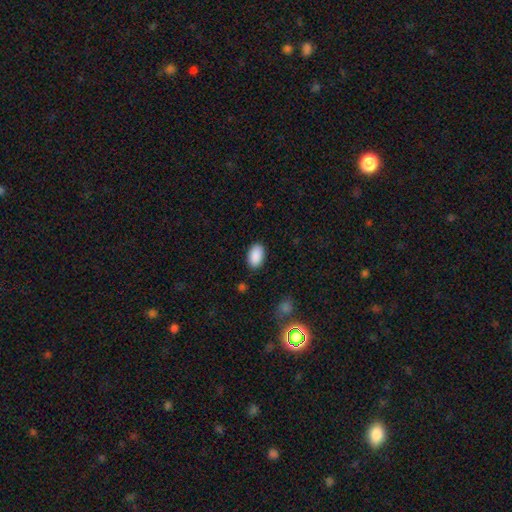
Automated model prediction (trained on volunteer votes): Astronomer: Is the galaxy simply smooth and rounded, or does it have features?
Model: smooth — 90%.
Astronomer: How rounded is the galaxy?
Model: in between — 94%.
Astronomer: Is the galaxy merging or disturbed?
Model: none — 87%.